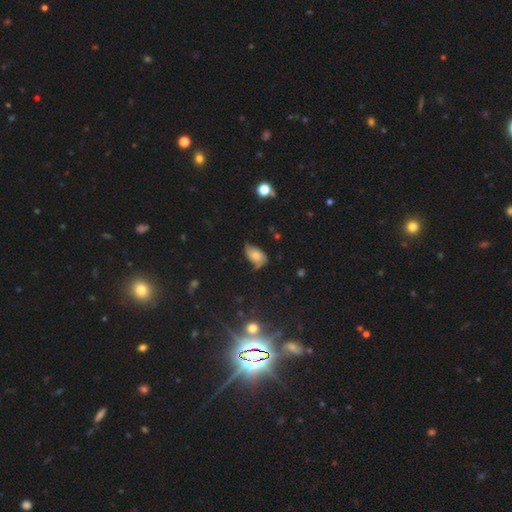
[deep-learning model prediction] Morphology: type=smooth (54%); roundness=in between (89%); merging=minor disturbance (41%).